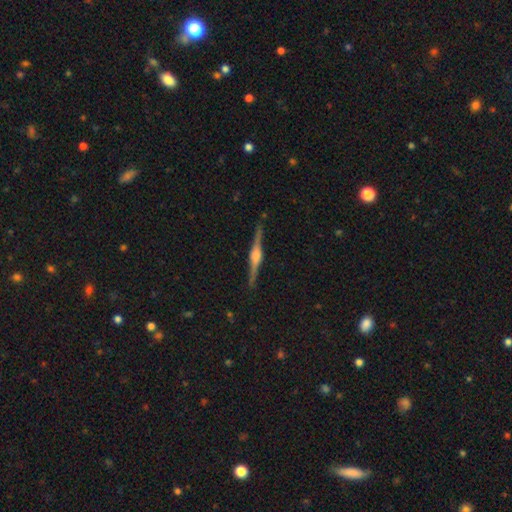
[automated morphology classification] A featured or disk galaxy (87%) viewed edge-on (99%) with a rounded central bulge (80%). Merging: none (91%).